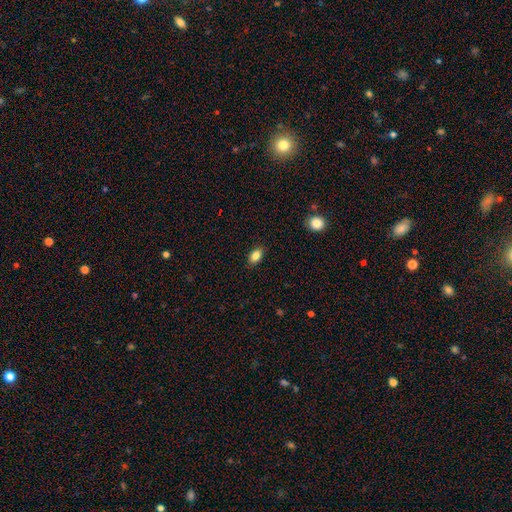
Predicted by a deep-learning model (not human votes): The model was most divided on "smooth or featured": smooth: 85%, star or artifact: 9%, featured or disk: 7%. More confident: how rounded — in between (89%); merging — none (87%).